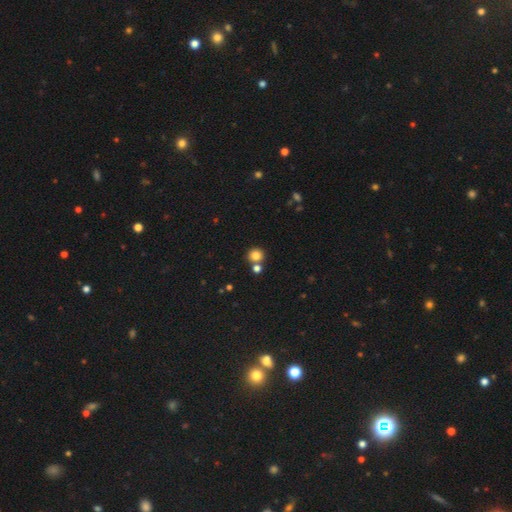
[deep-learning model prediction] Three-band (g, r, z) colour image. It shows a smooth galaxy with no disk features (82%) that is round (90%). Merging: none (68%).